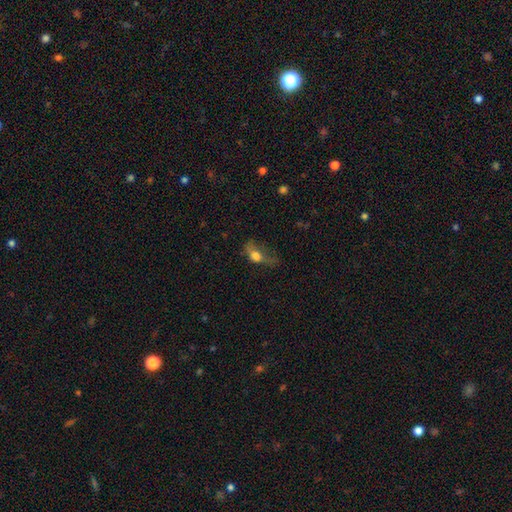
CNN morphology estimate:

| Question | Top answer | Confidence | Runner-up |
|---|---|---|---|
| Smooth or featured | smooth | 65% | featured or disk (23%) |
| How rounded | in between | 73% | round (20%) |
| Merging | major disturbance | 50% | minor disturbance (24%) |